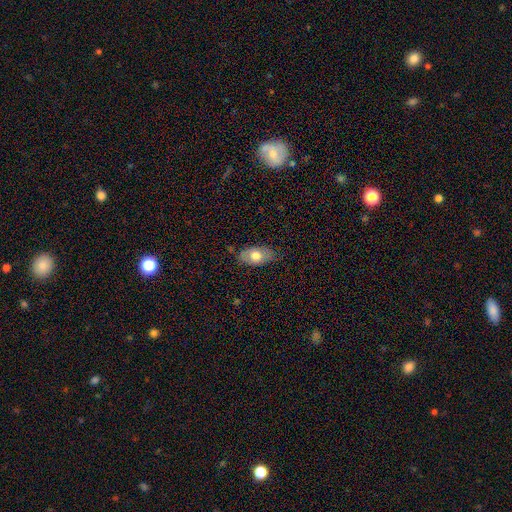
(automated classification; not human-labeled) smooth-or-featured: smooth: 70% | featured or disk: 23% | star or artifact: 7%
  how-rounded: in between: 89% | round: 7% | cigar-shaped: 3%
  merging: none: 72% | minor disturbance: 22% | major disturbance: 4% | merger: 1%